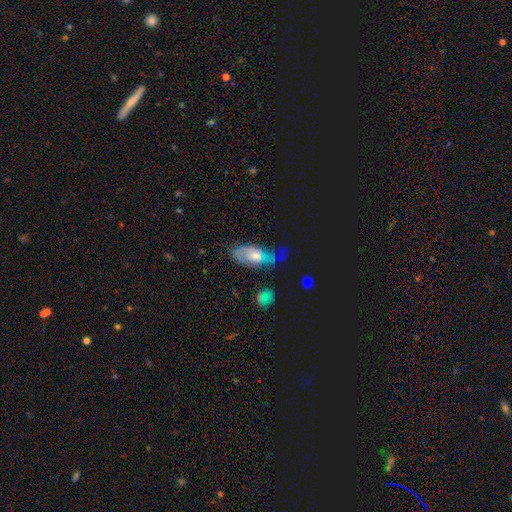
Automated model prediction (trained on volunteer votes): This appears to be a featured or disk galaxy (42%). Merging: none (48%).